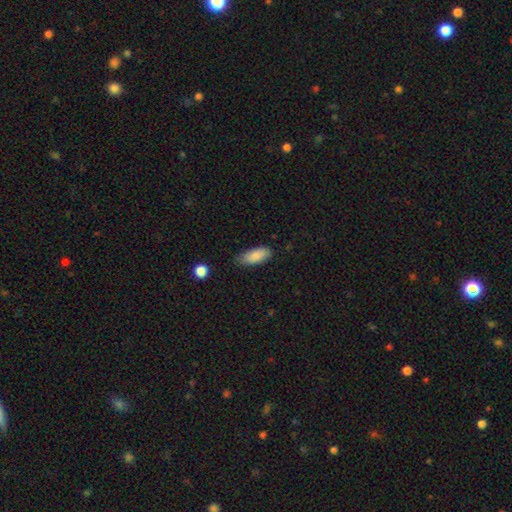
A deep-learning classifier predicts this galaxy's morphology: smooth-or-featured: smooth: 87% | star or artifact: 7% | featured or disk: 6%
  how-rounded: in between: 83% | cigar-shaped: 15% | round: 2%
  merging: none: 70% | minor disturbance: 24% | major disturbance: 4% | merger: 2%